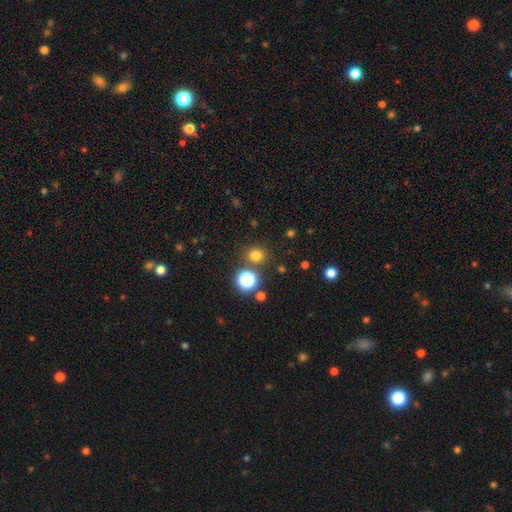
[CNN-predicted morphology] A smooth galaxy with no disk features (73%) that is round (84%).

Vote fractions:
- Smooth or featured? smooth: 73% / star or artifact: 21% / featured or disk: 6%
- How rounded? round: 84% / in between: 16% / cigar-shaped: 1%
- Merging? none: 82% / minor disturbance: 8% / merger: 7% / major disturbance: 3%